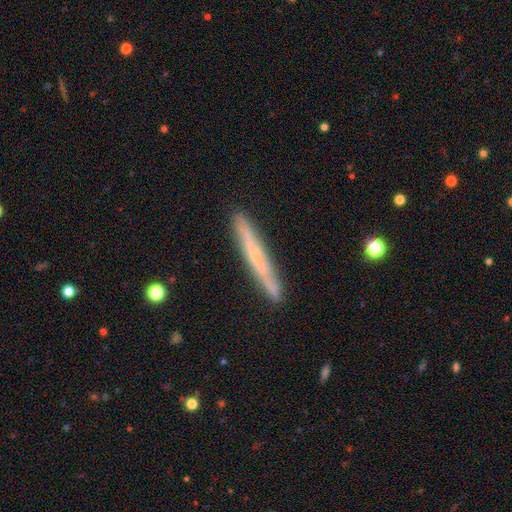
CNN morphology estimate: This appears to be a featured or disk galaxy (52%) viewed edge-on (91%). Merging: none (88%).